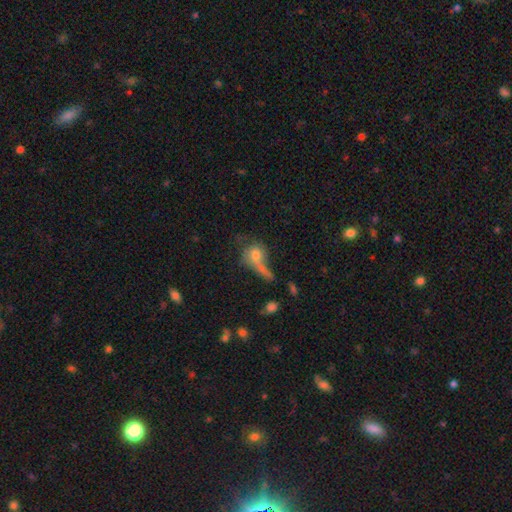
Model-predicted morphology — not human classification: type=smooth (43%); merging=major disturbance (34%).